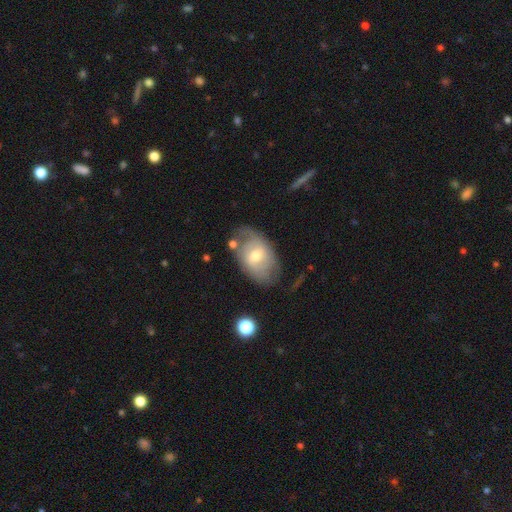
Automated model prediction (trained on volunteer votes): Smooth or featured? Predicted: featured or disk (p=0.56). Edge-on disk? Predicted: no (p=0.94). Bar? Predicted: no (p=0.46). Spiral arms? Predicted: yes (p=0.71). Bulge size? Predicted: moderate (p=0.66). Merging? Predicted: none (p=0.59).